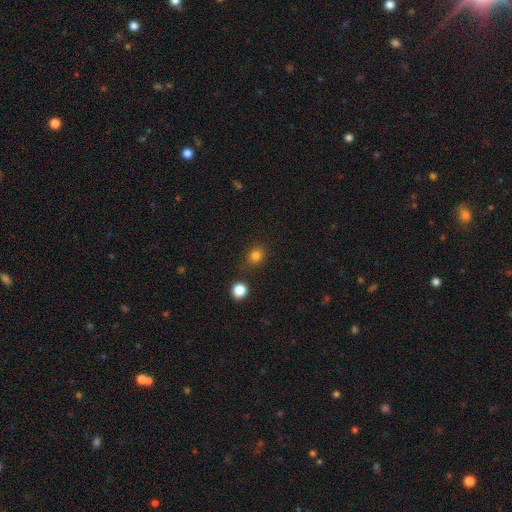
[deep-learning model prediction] This is clearly a smooth galaxy (81%). How rounded: likely round (72%). Merging: clearly none (82%).